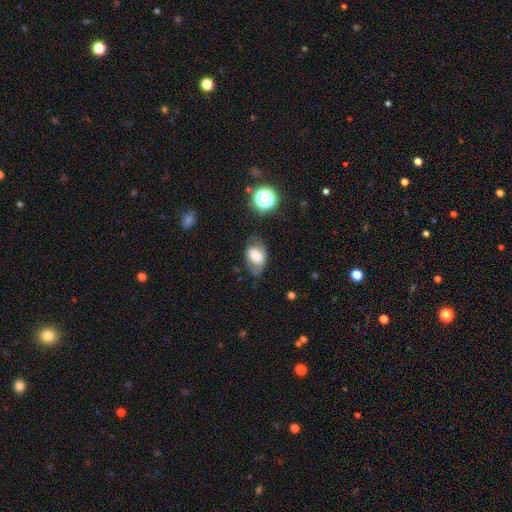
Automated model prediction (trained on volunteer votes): Smooth or featured? smooth (58%)
How rounded? in between (85%)
Merging? none (55%)